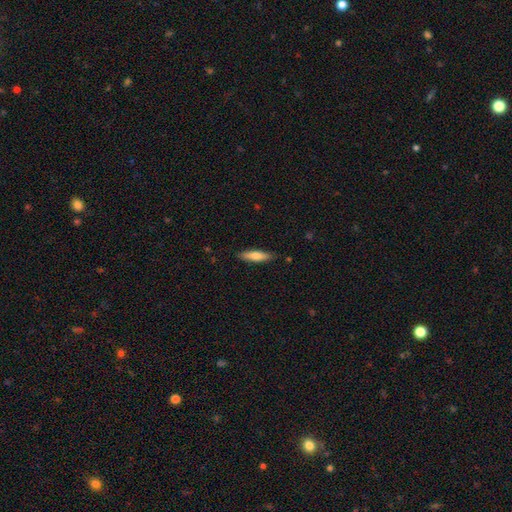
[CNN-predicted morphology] smooth-or-featured: smooth: 71% | featured or disk: 23% | star or artifact: 6%
  how-rounded: cigar-shaped: 73% | in between: 25% | round: 2%
  merging: none: 86% | minor disturbance: 11% | major disturbance: 2% | merger: 1%